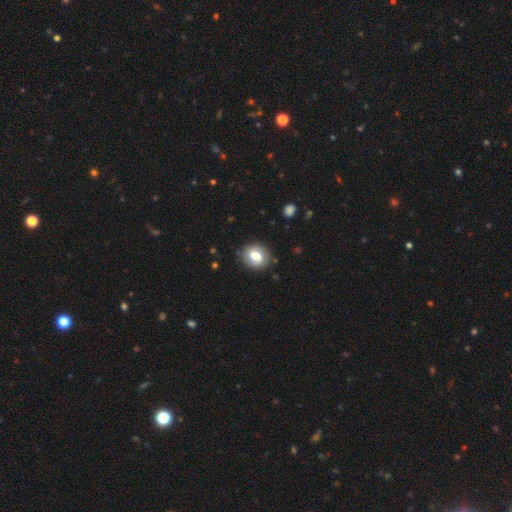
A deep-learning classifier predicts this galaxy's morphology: smooth-or-featured: smooth: 64% | featured or disk: 28% | star or artifact: 8%
  how-rounded: round: 66% | in between: 33% | cigar-shaped: 1%
  merging: none: 83% | minor disturbance: 12% | major disturbance: 3% | merger: 1%